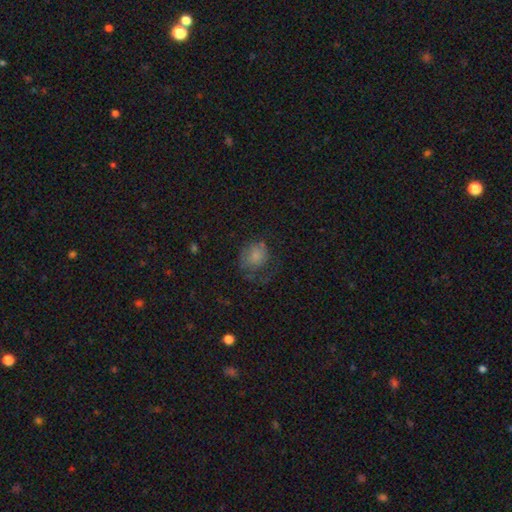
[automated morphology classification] Smooth or featured?
  - smooth: 68% *
  - featured or disk: 20%
  - star or artifact: 12%
How rounded?
  - round: 68% *
  - in between: 31%
  - cigar-shaped: 1%
Merging?
  - none: 41% *
  - major disturbance: 32%
  - minor disturbance: 24%
  - merger: 3%